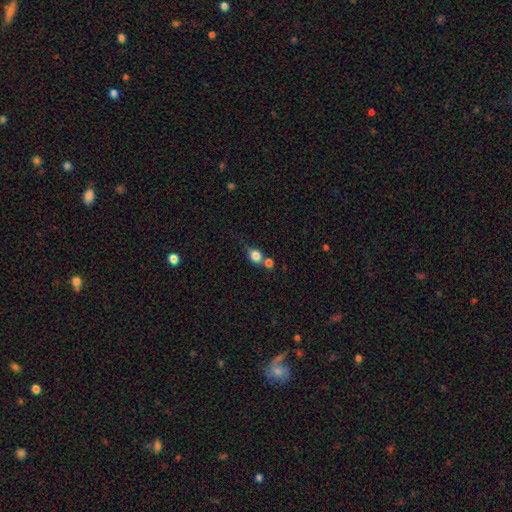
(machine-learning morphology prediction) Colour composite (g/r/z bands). It shows a smooth galaxy with no disk features (78%) that is round (71%). Merging: none (40%).